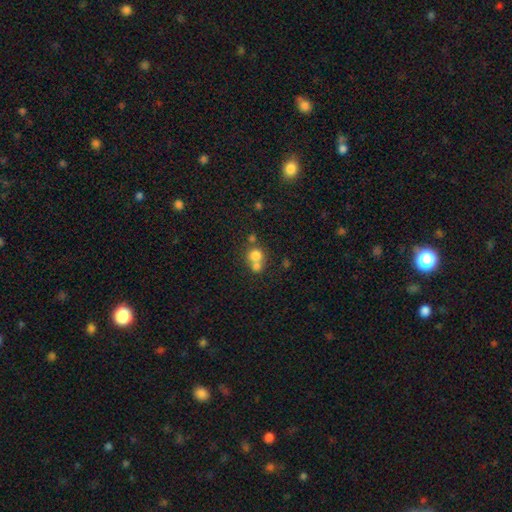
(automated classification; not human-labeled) Smooth or featured?
  - smooth: 74% *
  - featured or disk: 14%
  - star or artifact: 12%
How rounded?
  - round: 84% *
  - in between: 15%
  - cigar-shaped: 1%
Merging?
  - merger: 54% *
  - none: 37%
  - minor disturbance: 6%
  - major disturbance: 3%